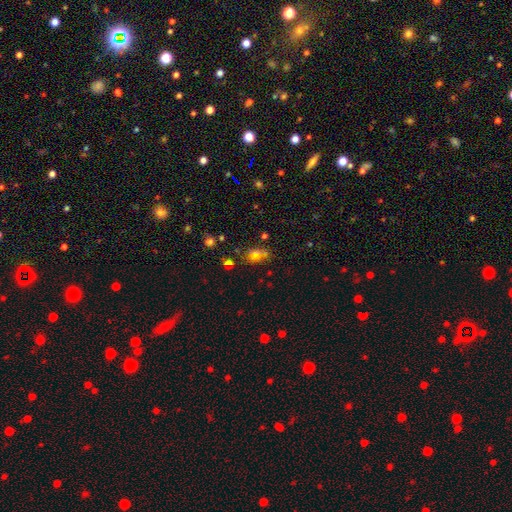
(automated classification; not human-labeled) A smooth galaxy with no disk features (58%) that is in between round and cigar-shaped (57%). Merging: none (48%).